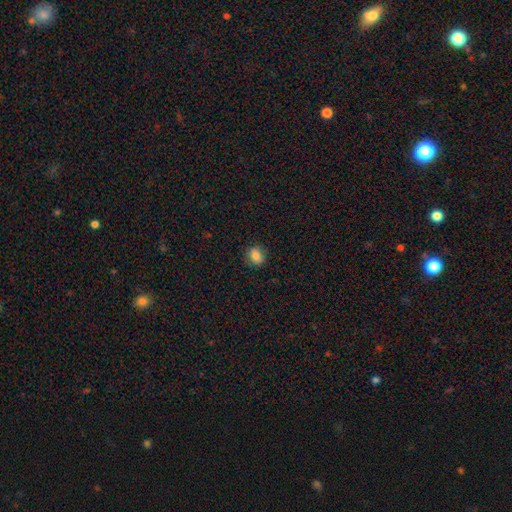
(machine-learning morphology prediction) Overall: smooth (83%). How rounded: round (61%; in between 38%). Merging: none (85%).